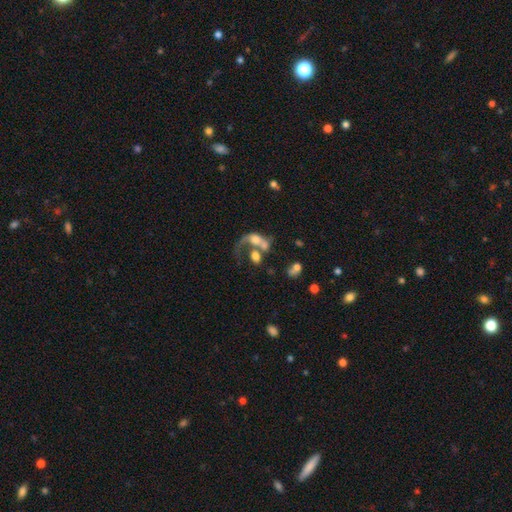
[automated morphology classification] The model was most divided on "smooth or featured": featured or disk: 47%, smooth: 41%, star or artifact: 12%. More confident: merging — merger (58%).